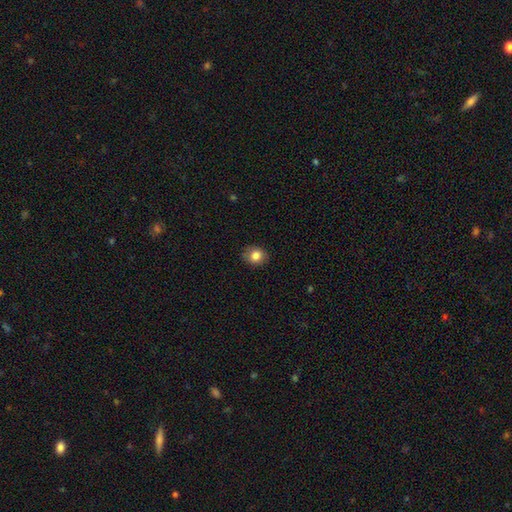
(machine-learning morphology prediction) This is clearly a smooth galaxy (83%). How rounded: likely round (70%). Merging: clearly none (83%).